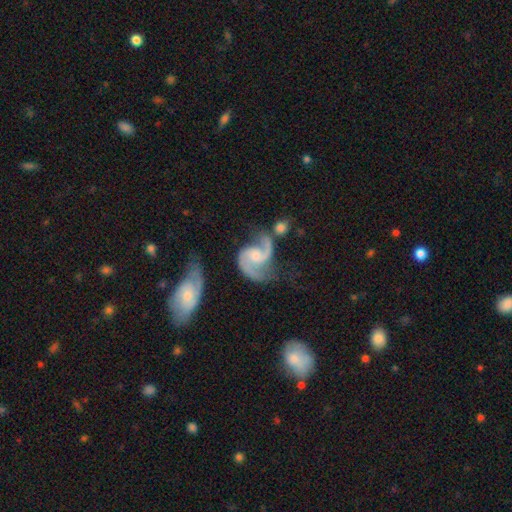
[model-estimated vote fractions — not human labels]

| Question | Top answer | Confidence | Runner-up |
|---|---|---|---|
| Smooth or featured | featured or disk | 91% | smooth (5%) |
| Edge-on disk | no | 98% | yes (2%) |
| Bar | no | 55% | weak (37%) |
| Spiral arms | yes | 98% | no (2%) |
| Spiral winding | medium | 51% | loose (37%) |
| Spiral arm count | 2 | 91% | 1 (3%) |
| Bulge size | small | 52% | moderate (35%) |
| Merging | none | 42% | minor disturbance (22%) |